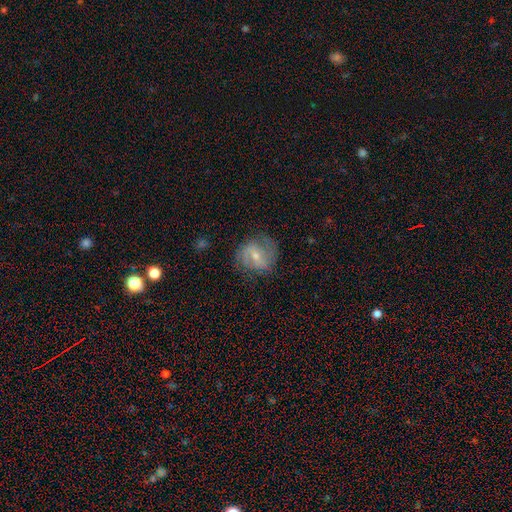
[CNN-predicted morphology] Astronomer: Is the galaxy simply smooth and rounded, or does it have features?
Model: featured or disk — 67%.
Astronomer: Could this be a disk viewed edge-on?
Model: no — 97%.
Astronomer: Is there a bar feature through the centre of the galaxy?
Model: weak — 50%.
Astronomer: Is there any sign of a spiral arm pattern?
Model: yes — 84%.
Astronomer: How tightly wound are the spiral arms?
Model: medium — 46% (runner-up: loose, 28%).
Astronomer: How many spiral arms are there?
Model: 2 — 76%.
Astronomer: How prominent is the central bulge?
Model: small — 54% (runner-up: moderate, 42%).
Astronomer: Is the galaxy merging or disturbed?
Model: none — 70%.